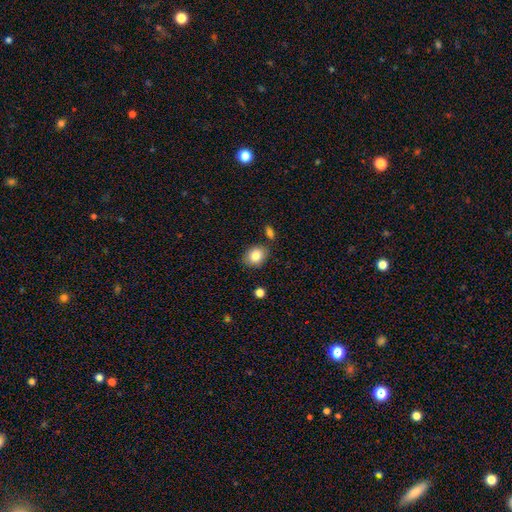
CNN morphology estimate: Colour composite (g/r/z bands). It shows a smooth galaxy with no disk features (85%) that is in between round and cigar-shaped (57%). Merging: none (77%).